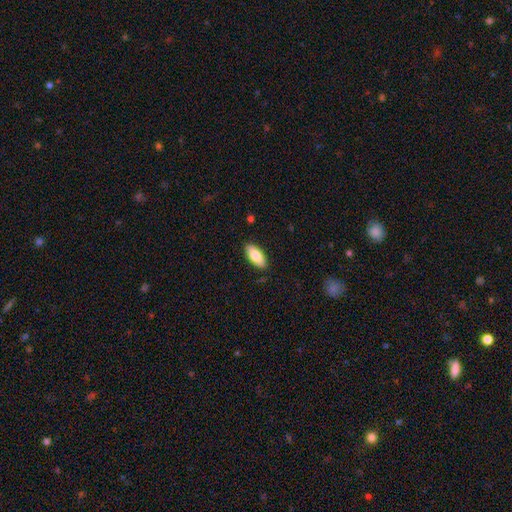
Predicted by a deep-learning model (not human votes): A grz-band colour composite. It shows a smooth galaxy with no disk features (82%) that is in between round and cigar-shaped (85%). Merging: none (88%).